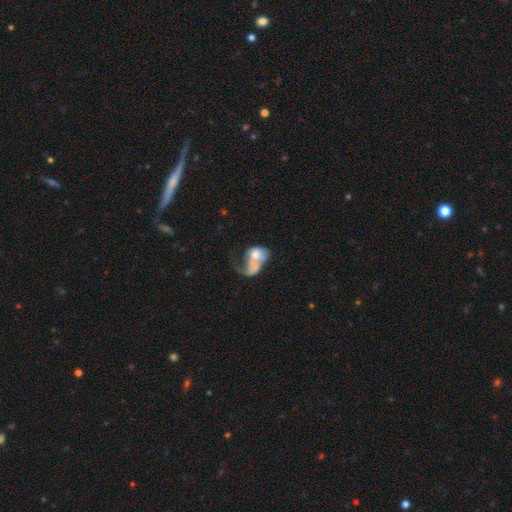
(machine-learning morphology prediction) Q: Smooth or featured?
A: smooth (50%); runner-up: featured or disk (43%)
Q: Merging?
A: merger (43%); runner-up: major disturbance (37%)